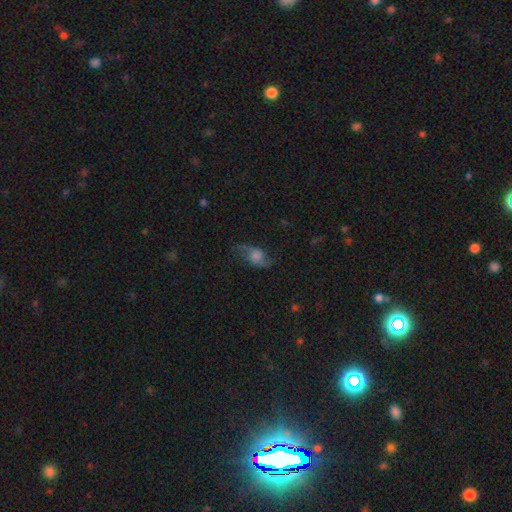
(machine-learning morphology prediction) Smooth or featured? Predicted: featured or disk (p=0.60). Edge-on disk? Predicted: no (p=0.91). Bar? Predicted: no (p=0.65). Spiral arms? Predicted: yes (p=0.90). Bulge size? Predicted: large (p=0.28). Merging? Predicted: none (p=0.68).